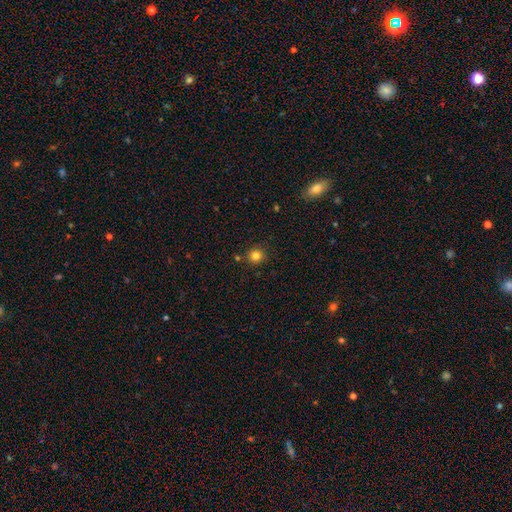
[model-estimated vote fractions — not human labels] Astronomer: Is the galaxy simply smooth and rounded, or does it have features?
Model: smooth — 82%.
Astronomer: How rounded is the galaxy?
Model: round — 91%.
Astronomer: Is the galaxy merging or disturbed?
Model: none — 85%.